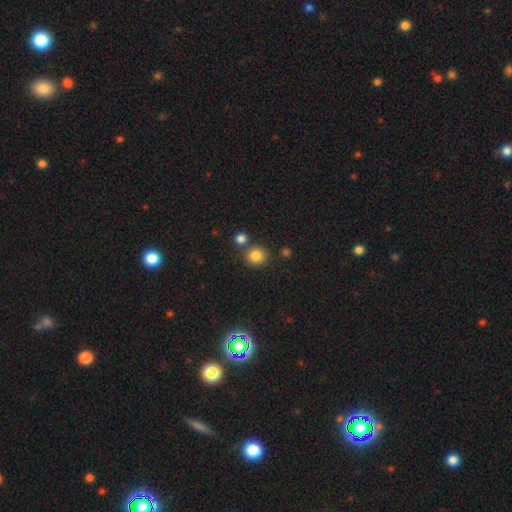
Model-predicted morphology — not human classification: A smooth galaxy with no disk features (83%) that is round (88%). Merging: none (74%).